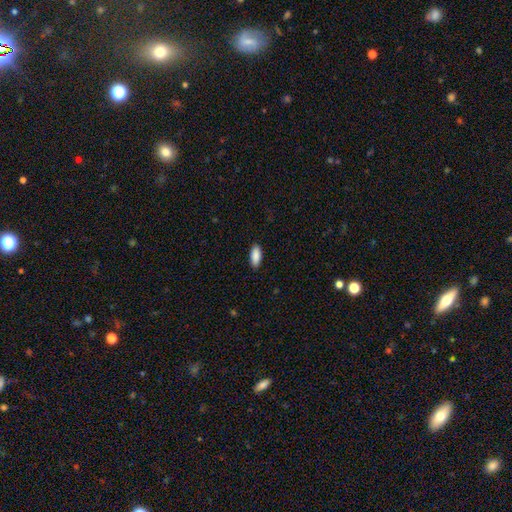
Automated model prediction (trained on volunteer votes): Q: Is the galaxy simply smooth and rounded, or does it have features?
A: smooth — 90%.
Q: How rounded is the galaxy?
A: in between — 82%.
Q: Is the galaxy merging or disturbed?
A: none — 89%.